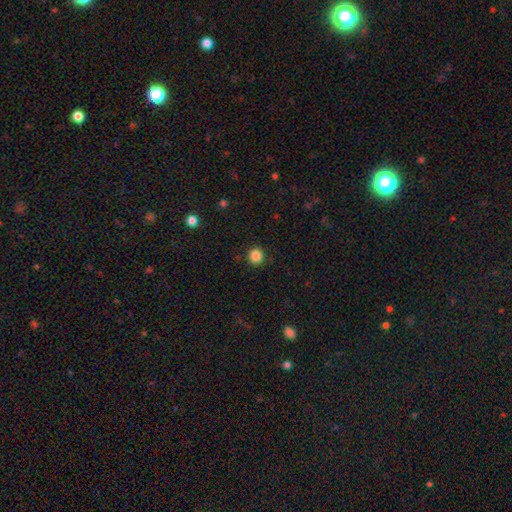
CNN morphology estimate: The model was most divided on "smooth or featured": smooth: 86%, star or artifact: 11%, featured or disk: 3%. More confident: how rounded — round (91%); merging — none (91%).